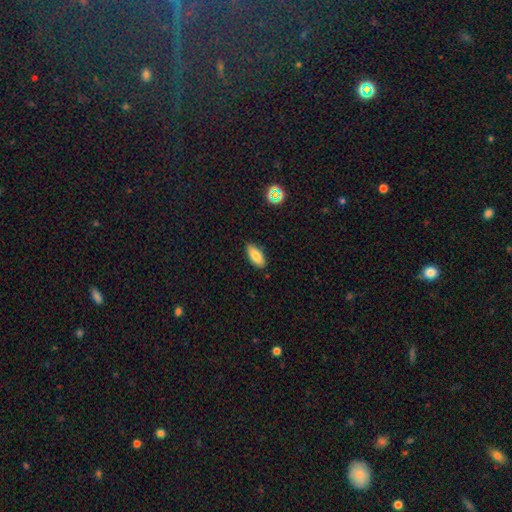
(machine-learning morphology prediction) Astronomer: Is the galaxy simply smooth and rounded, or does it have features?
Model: smooth — 81%.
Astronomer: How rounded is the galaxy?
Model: in between — 86%.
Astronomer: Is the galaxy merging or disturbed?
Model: none — 85%.